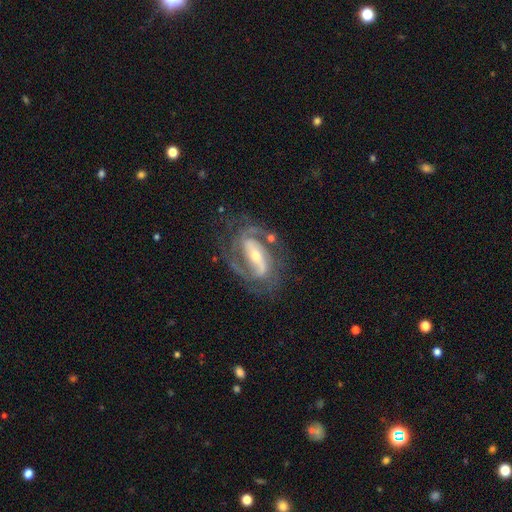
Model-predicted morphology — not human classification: smooth-or-featured: featured or disk: 89% | smooth: 6% | star or artifact: 5%
  disk-edge-on: no: 95% | yes: 5%
    bar: strong: 53% | weak: 29% | no: 18%
    has-spiral-arms: yes: 96% | no: 4%
      spiral-winding: medium: 46% | tight: 40% | loose: 13%
      spiral-arm-count: 2: 72% | 3: 12% | can't tell: 9% | 1: 3% | 4: 3% | more than 4: 2%
    bulge-size: small: 51% | moderate: 43% | large: 4% | none: 1% | dominant: 1%
  merging: none: 69% | minor disturbance: 17% | major disturbance: 11% | merger: 2%